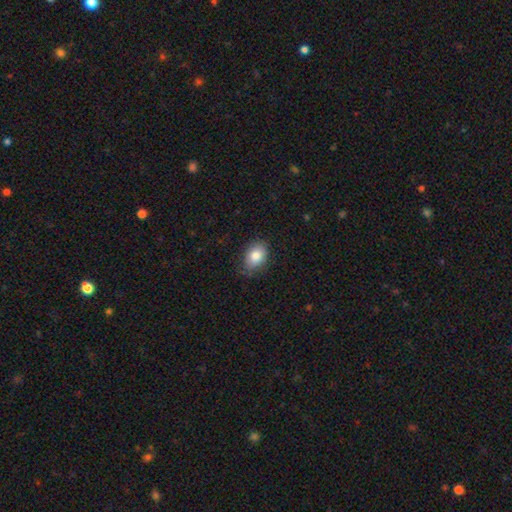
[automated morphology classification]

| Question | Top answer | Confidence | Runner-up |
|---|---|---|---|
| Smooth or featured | smooth | 83% | featured or disk (9%) |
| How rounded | in between | 81% | round (18%) |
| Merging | none | 75% | minor disturbance (20%) |